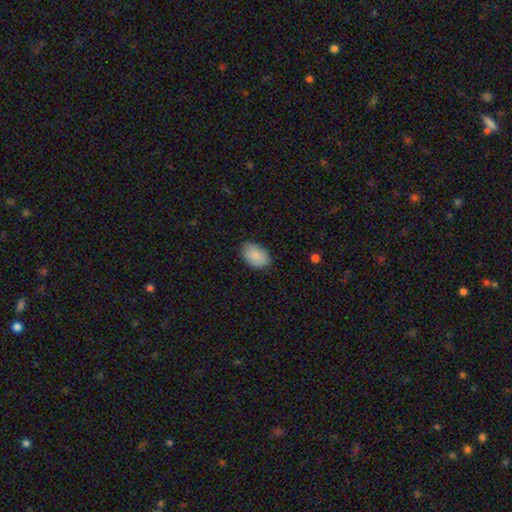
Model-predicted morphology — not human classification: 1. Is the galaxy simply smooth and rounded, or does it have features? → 89% smooth, 6% star or artifact, 5% featured or disk.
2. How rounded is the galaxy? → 90% in between, 9% round, 1% cigar-shaped.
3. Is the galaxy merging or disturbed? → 81% none, 16% minor disturbance, 3% major disturbance, 1% merger.